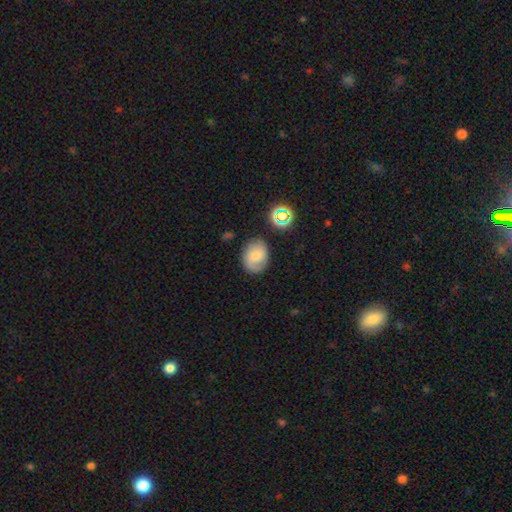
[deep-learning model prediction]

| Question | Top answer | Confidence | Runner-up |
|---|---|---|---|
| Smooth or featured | smooth | 60% | featured or disk (29%) |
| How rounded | in between | 55% | round (44%) |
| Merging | none | 75% | minor disturbance (17%) |